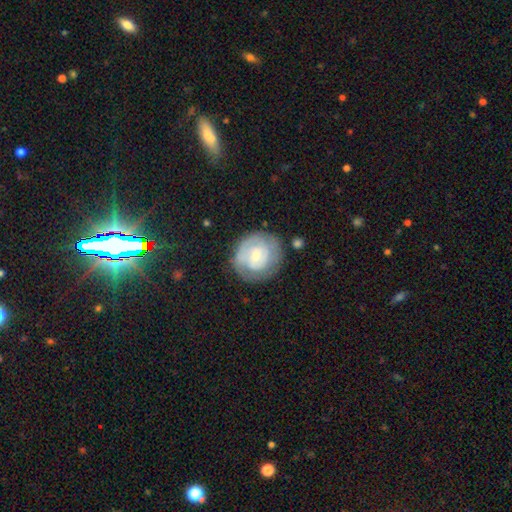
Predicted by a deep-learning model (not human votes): This is possibly a featured or disk galaxy (59%). It is clearly not viewed edge-on (97%). Bar: possibly no (56%). Spiral arm pattern: likely yes (76%). Central bulge: possibly small (59%). Merging: likely none (71%).